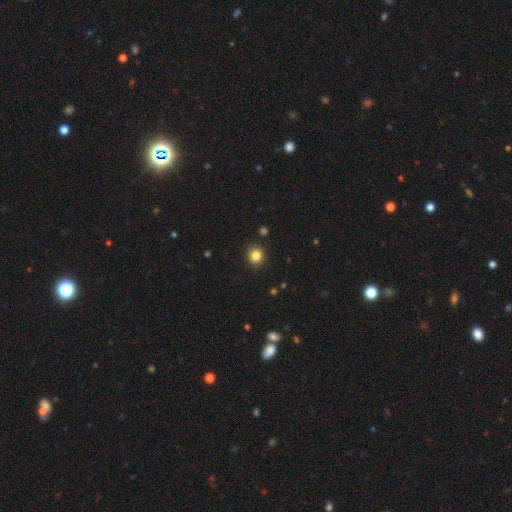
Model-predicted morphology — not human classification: Smooth or featured? Predicted: smooth (p=0.84). How rounded? Predicted: round (p=0.81). Merging? Predicted: none (p=0.89).